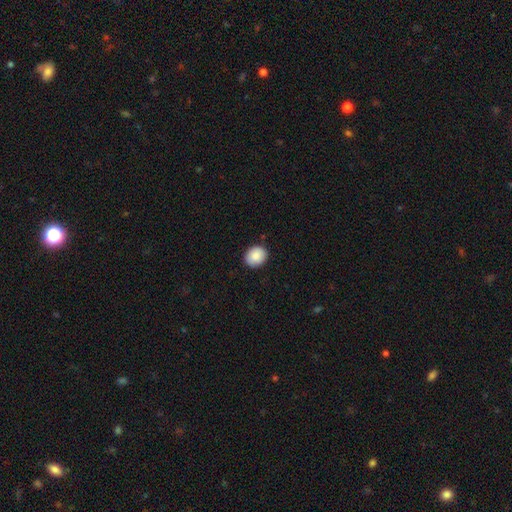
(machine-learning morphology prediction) smooth_or_featured: smooth (p=0.88) [alt: star or artifact p=0.07]
how_rounded: round (p=0.63) [alt: in between p=0.36]
merging: none (p=0.89) [alt: minor disturbance p=0.08]